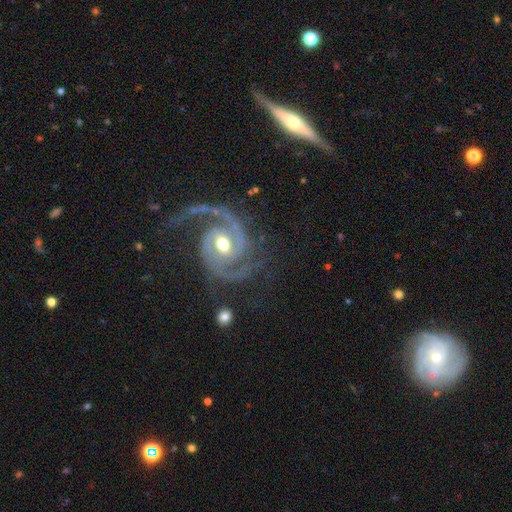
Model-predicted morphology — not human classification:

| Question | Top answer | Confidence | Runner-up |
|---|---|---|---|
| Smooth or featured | featured or disk | 92% | star or artifact (5%) |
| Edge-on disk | no | 97% | yes (3%) |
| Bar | no | 51% | weak (30%) |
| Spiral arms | yes | 98% | no (2%) |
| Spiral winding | medium | 51% | tight (39%) |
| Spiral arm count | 2 | 85% | 3 (5%) |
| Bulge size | moderate | 64% | small (28%) |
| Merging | none | 66% | minor disturbance (18%) |